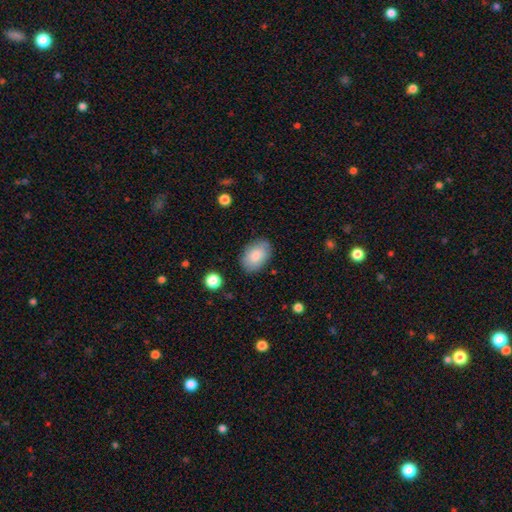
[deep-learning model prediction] This appears to be a smooth galaxy with no disk features (84%) that is in between round and cigar-shaped (88%). Merging: none (81%).